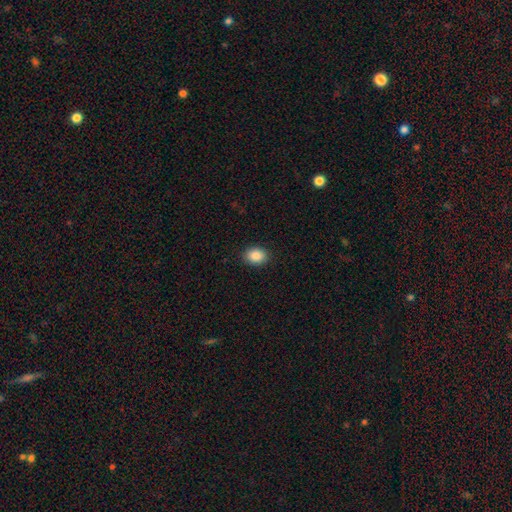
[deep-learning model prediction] smooth 88%, star or artifact 8%, featured or disk 4%. Down the decision tree: how rounded — in between (64%); merging — none (90%).